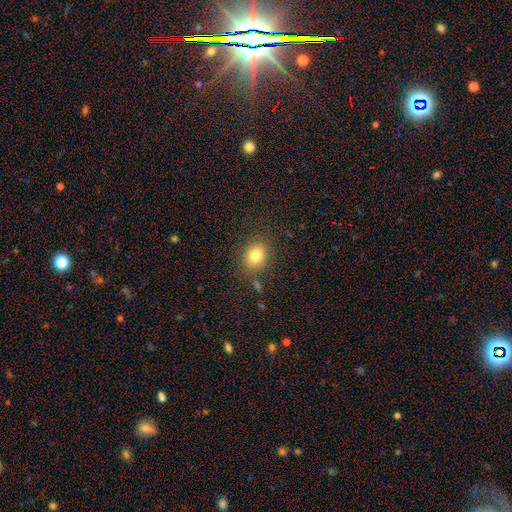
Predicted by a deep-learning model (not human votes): This is likely a smooth galaxy (80%). How rounded: possibly round (53%). Merging: clearly none (81%).